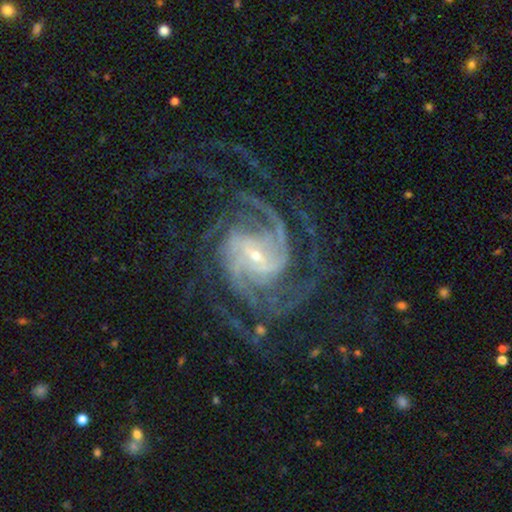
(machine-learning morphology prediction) Q: Smooth or featured?
A: featured or disk (92%); runner-up: star or artifact (5%)
Q: Edge-on disk?
A: no (98%); runner-up: yes (2%)
Q: Bar?
A: weak (42%); runner-up: strong (32%)
Q: Spiral arms?
A: yes (98%); runner-up: no (2%)
Q: Spiral winding?
A: medium (46%); runner-up: tight (42%)
Q: Spiral arm count?
A: 3 (22%); tied with: 4 (22%)
Q: Bulge size?
A: small (77%); runner-up: moderate (18%)
Q: Merging?
A: none (68%); runner-up: major disturbance (17%)